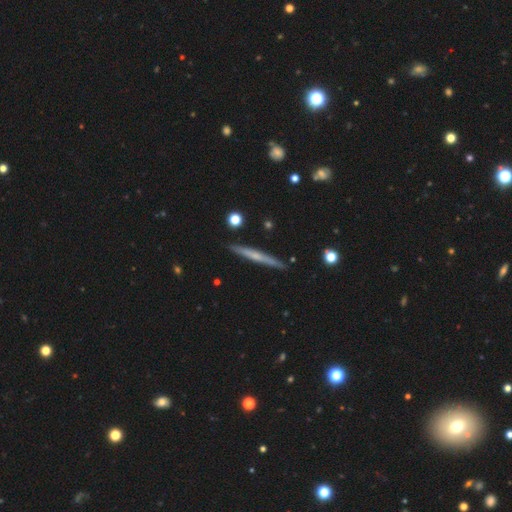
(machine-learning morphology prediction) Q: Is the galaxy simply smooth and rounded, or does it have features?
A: featured or disk — 58%.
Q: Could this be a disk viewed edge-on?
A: yes — 97%.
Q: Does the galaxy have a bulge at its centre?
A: none — 57%.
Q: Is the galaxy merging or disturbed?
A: none — 90%.